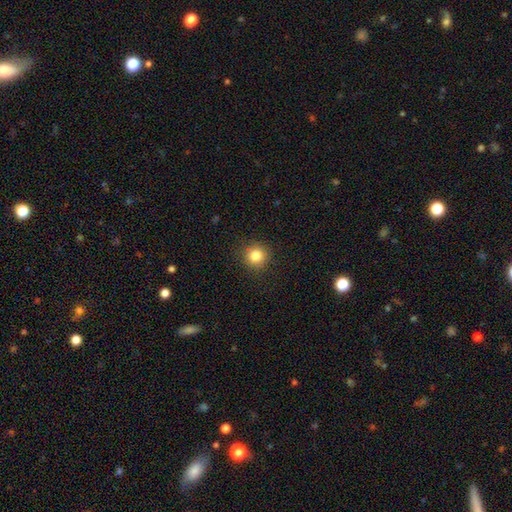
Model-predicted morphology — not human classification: This appears to be a smooth galaxy with no disk features (83%) that is round (93%). Merging: none (90%).